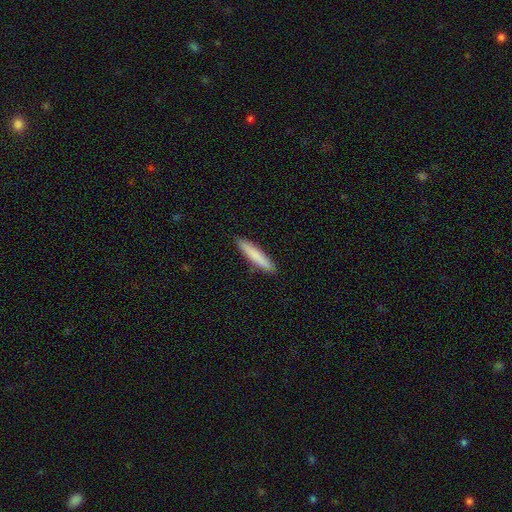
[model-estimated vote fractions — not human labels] Morphology: type=smooth (83%); roundness=cigar-shaped (91%); merging=none (90%).